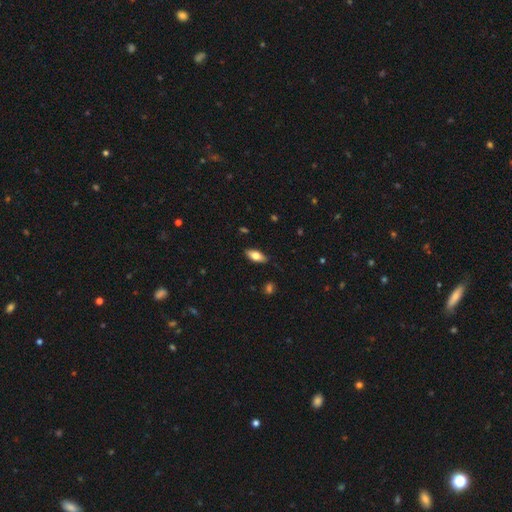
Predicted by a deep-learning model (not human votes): Smooth or featured?
  - smooth: 70% *
  - featured or disk: 23%
  - star or artifact: 7%
How rounded?
  - in between: 83% *
  - cigar-shaped: 15%
  - round: 3%
Merging?
  - none: 86% *
  - minor disturbance: 11%
  - major disturbance: 2%
  - merger: 1%